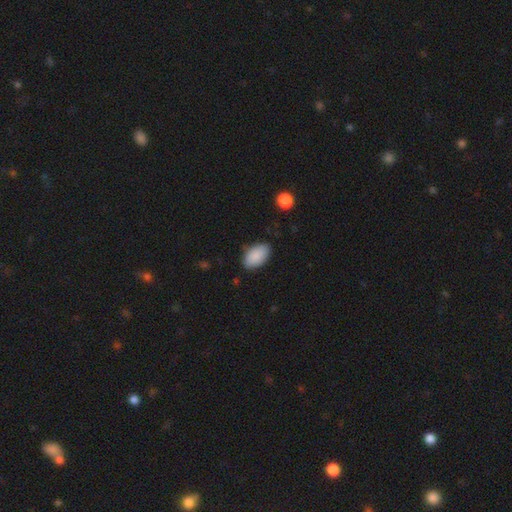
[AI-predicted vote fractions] Smooth or featured: smooth — 89% (star or artifact — 6%)
How rounded: in between — 94% (round — 4%)
Merging: none — 83% (minor disturbance — 13%)